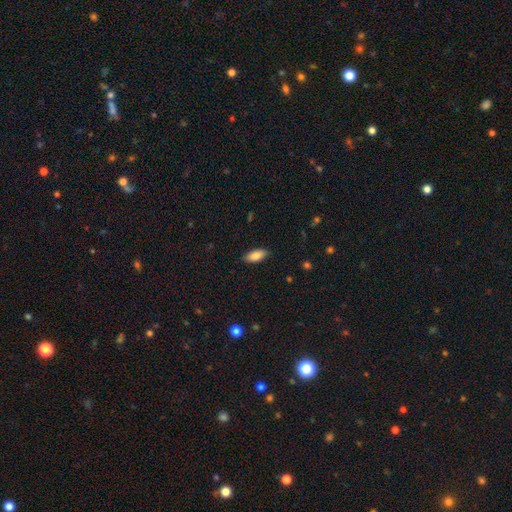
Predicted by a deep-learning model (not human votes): This is clearly a smooth galaxy (83%). How rounded: clearly in between (87%). Merging: clearly none (86%).